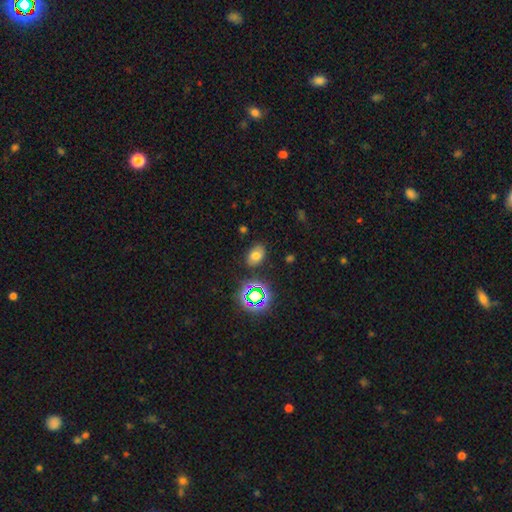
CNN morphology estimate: Overall: smooth (67%). How rounded: in between (78%). Merging: none (82%).